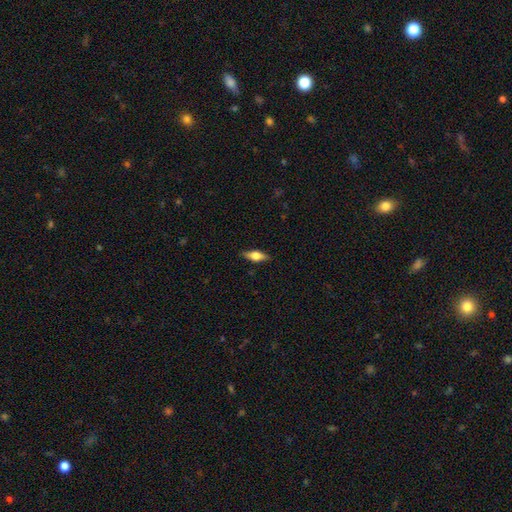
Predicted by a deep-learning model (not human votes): smooth 52%, featured or disk 41%, star or artifact 7%. Down the decision tree: how rounded — in between (64%); merging — none (86%).